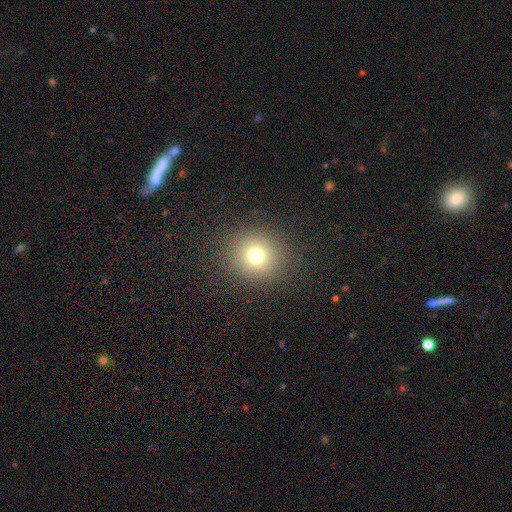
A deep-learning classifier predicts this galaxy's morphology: Smooth or featured? smooth (73%)
How rounded? round (90%)
Merging? none (87%)